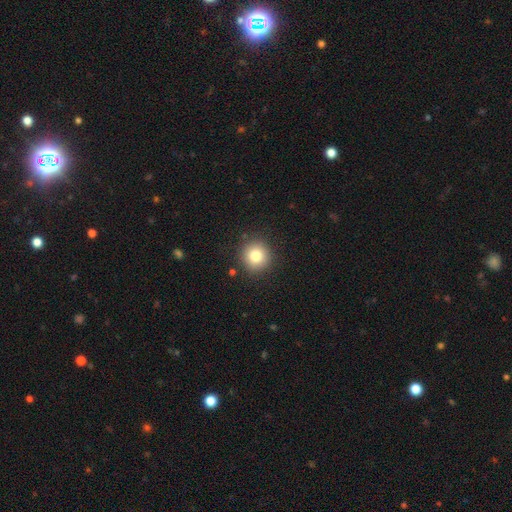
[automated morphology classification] smooth_or_featured: smooth (p=0.81) [alt: star or artifact p=0.11]
how_rounded: round (p=0.92) [alt: in between p=0.07]
merging: none (p=0.90) [alt: minor disturbance p=0.07]